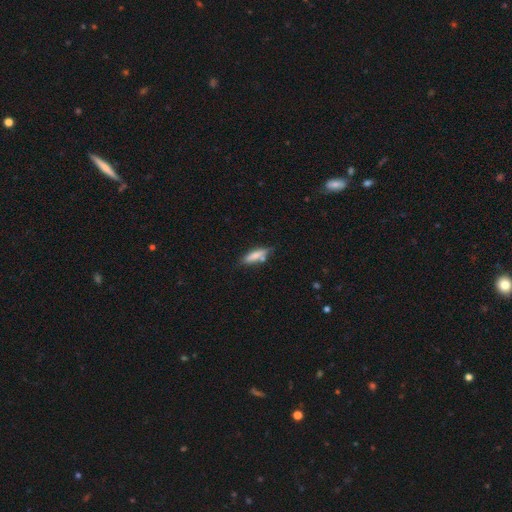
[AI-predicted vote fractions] smooth_or_featured: smooth (p=0.74) [alt: featured or disk p=0.19]
how_rounded: cigar-shaped (p=0.66) [alt: in between p=0.32]
merging: none (p=0.68) [alt: minor disturbance p=0.20]